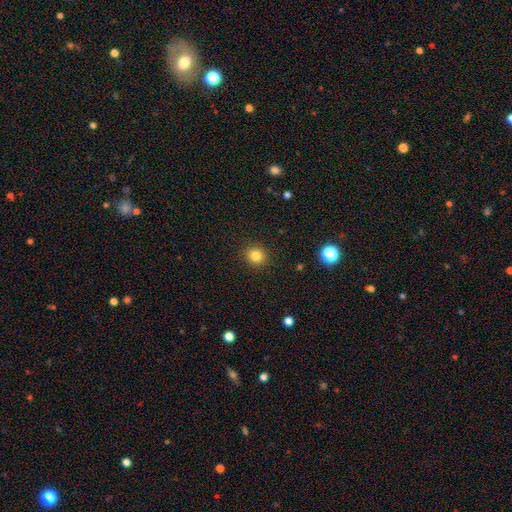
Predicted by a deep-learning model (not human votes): smooth 82%, star or artifact 12%, featured or disk 6%. Down the decision tree: how rounded — round (89%); merging — none (91%).